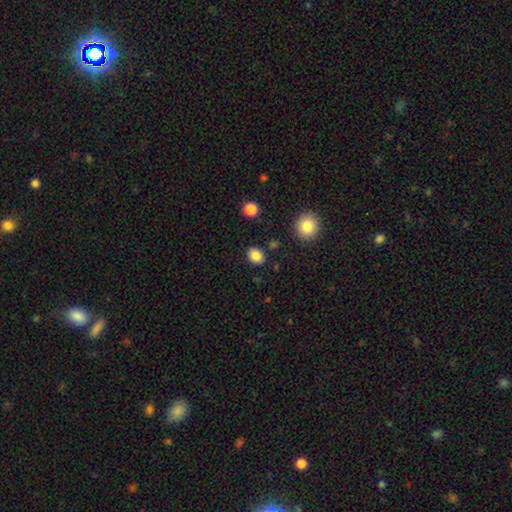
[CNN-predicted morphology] The model was most divided on "how rounded": round: 54%, in between: 45%, cigar-shaped: 1%. More confident: merging — none (87%); smooth or featured — smooth (85%).